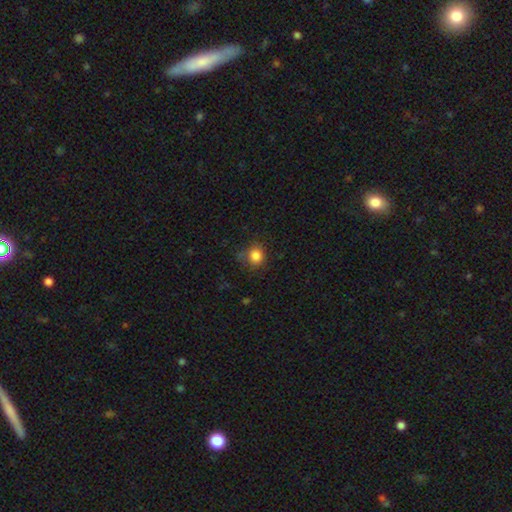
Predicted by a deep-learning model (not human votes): smooth 83%, star or artifact 12%, featured or disk 5%. Down the decision tree: how rounded — round (85%); merging — none (72%).